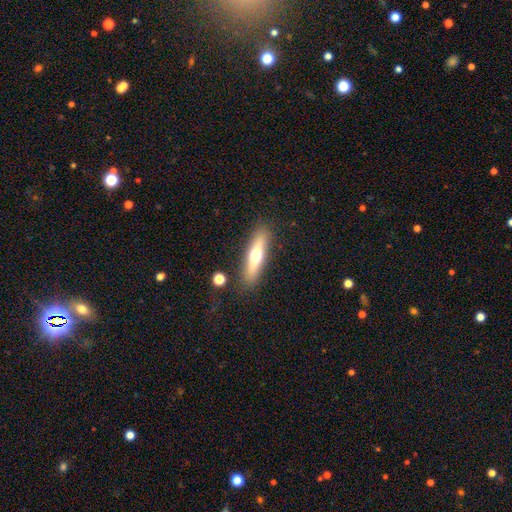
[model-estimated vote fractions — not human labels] The model was most divided on "smooth or featured": smooth: 49%, featured or disk: 44%, star or artifact: 7%. More confident: merging — none (85%).